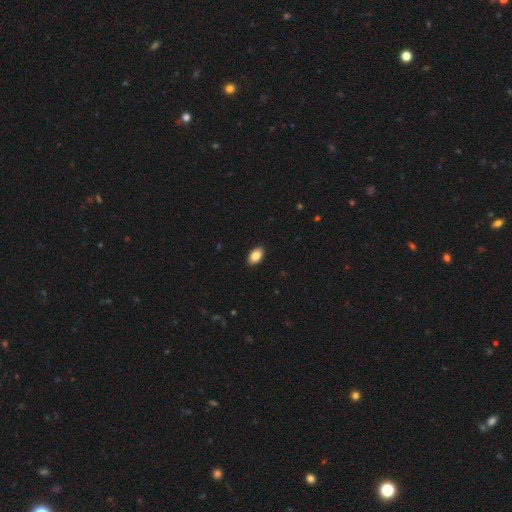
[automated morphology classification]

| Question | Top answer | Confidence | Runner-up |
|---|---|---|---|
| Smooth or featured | smooth | 86% | star or artifact (7%) |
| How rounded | in between | 93% | round (5%) |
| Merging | none | 90% | minor disturbance (7%) |